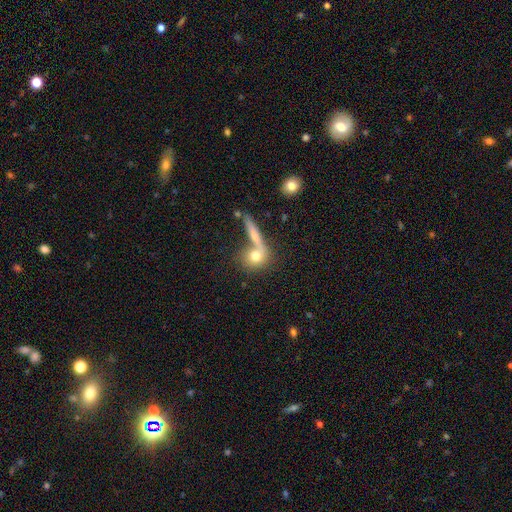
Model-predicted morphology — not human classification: A smooth galaxy with no disk features (70%) that is round (72%).

Vote fractions:
- Smooth or featured? smooth: 70% / featured or disk: 21% / star or artifact: 9%
- How rounded? round: 72% / in between: 19% / cigar-shaped: 9%
- Merging? none: 47% / merger: 36% / minor disturbance: 10% / major disturbance: 7%